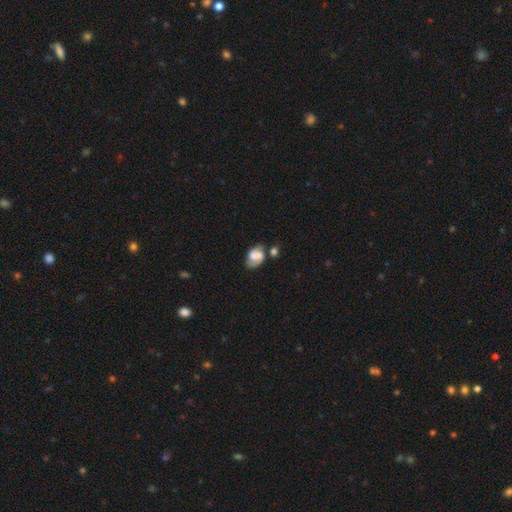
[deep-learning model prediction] smooth 46%, featured or disk 45%, star or artifact 9%. Down the decision tree: merging — none (43%).